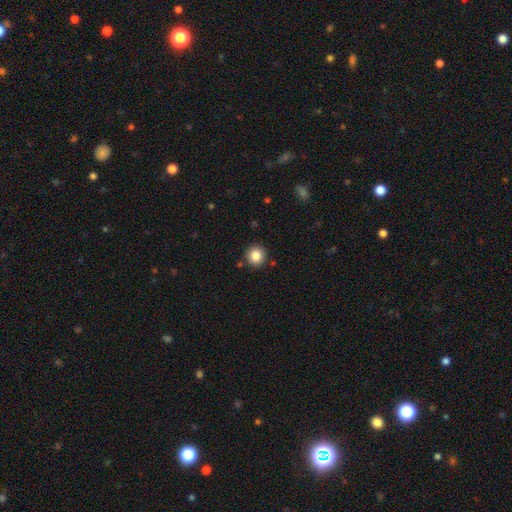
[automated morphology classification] This appears to be a smooth galaxy with no disk features (85%) that is round (92%). Merging: none (89%).